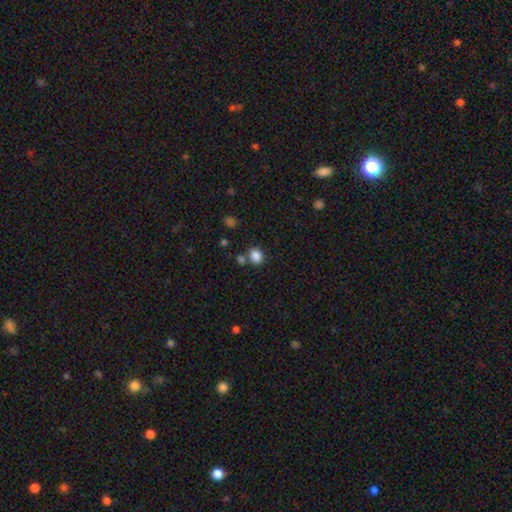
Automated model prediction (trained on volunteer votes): This is clearly a smooth galaxy (85%). How rounded: likely round (65%). Merging: likely none (70%).